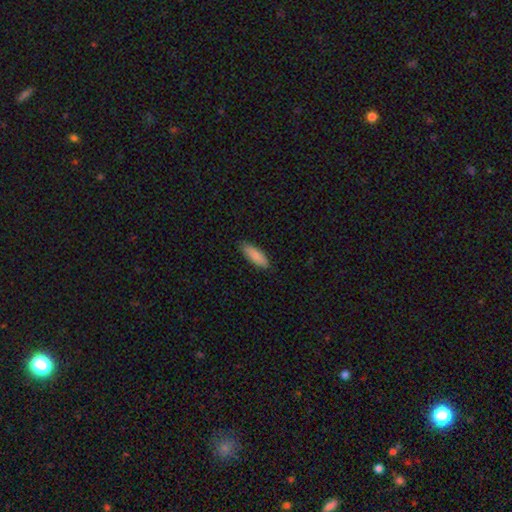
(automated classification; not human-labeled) Smooth or featured? Predicted: smooth (p=0.88). How rounded? Predicted: in between (p=0.54). Merging? Predicted: none (p=0.85).